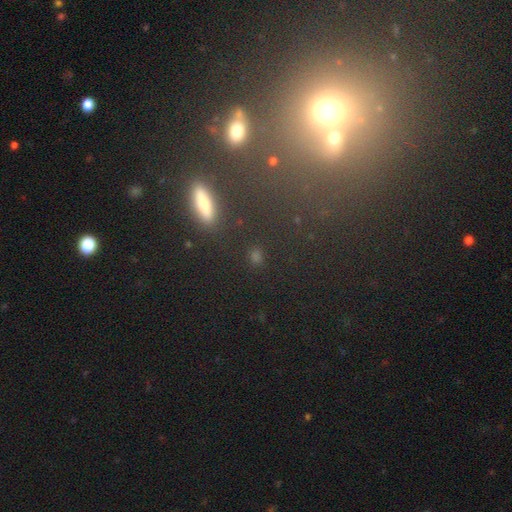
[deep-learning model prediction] A smooth galaxy with no disk features (58%) that is round (46%).

Vote fractions:
- Smooth or featured? smooth: 58% / star or artifact: 31% / featured or disk: 11%
- How rounded? round: 46% / in between: 33% / cigar-shaped: 22%
- Merging? none: 84% / minor disturbance: 9% / major disturbance: 4% / merger: 3%